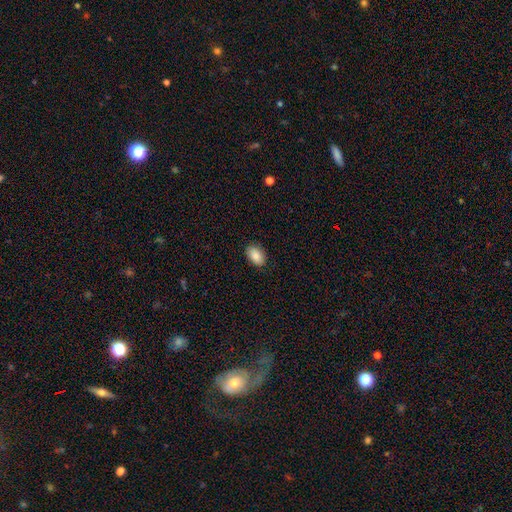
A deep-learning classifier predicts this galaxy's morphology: This appears to be a smooth galaxy with no disk features (89%) that is in between round and cigar-shaped (89%). Merging: none (87%).